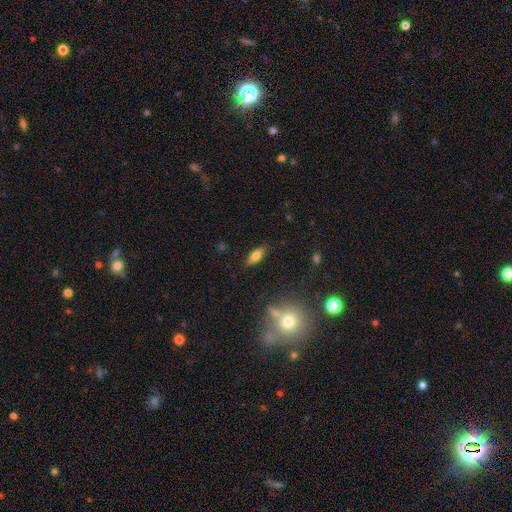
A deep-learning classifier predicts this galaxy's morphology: A smooth galaxy with no disk features (75%) that is in between round and cigar-shaped (73%).

Vote fractions:
- Smooth or featured? smooth: 75% / featured or disk: 15% / star or artifact: 10%
- How rounded? in between: 73% / cigar-shaped: 24% / round: 3%
- Merging? none: 85% / minor disturbance: 11% / major disturbance: 3% / merger: 2%